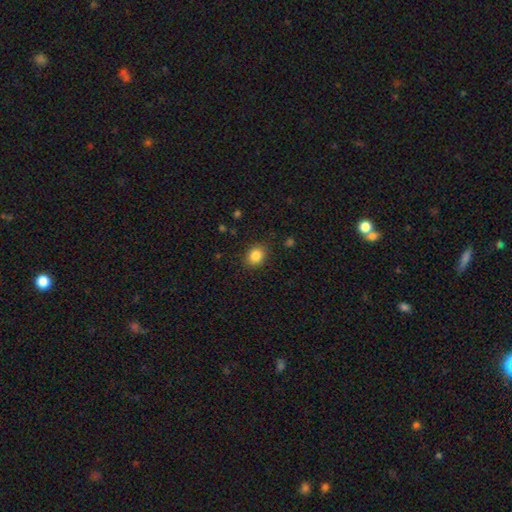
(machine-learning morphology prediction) This is clearly a smooth galaxy (85%). How rounded: likely round (63%). Merging: clearly none (85%).